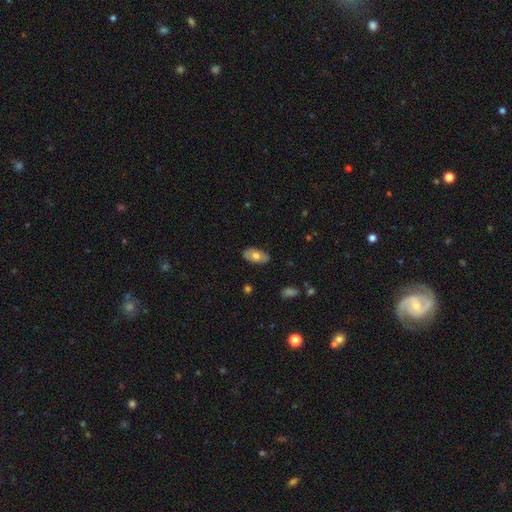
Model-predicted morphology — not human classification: The model was most divided on "smooth or featured": smooth: 66%, featured or disk: 28%, star or artifact: 6%. More confident: how rounded — in between (93%); merging — none (84%).